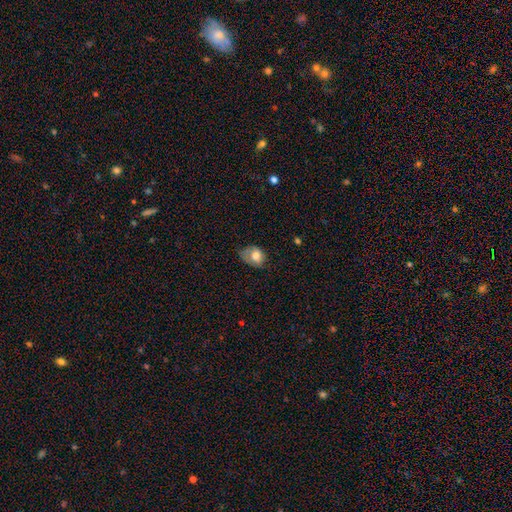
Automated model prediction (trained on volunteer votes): The model was most divided on "merging": minor disturbance: 39%, none: 35%, major disturbance: 24%, merger: 2%. More confident: smooth or featured — smooth (72%); how rounded — in between (64%).